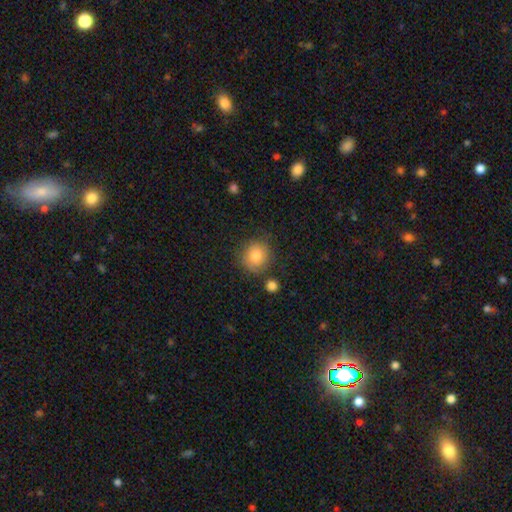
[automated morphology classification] A smooth galaxy with no disk features (80%) that is round (87%).

Vote fractions:
- Smooth or featured? smooth: 80% / featured or disk: 10% / star or artifact: 10%
- How rounded? round: 87% / in between: 12% / cigar-shaped: 1%
- Merging? none: 79% / minor disturbance: 13% / merger: 5% / major disturbance: 4%